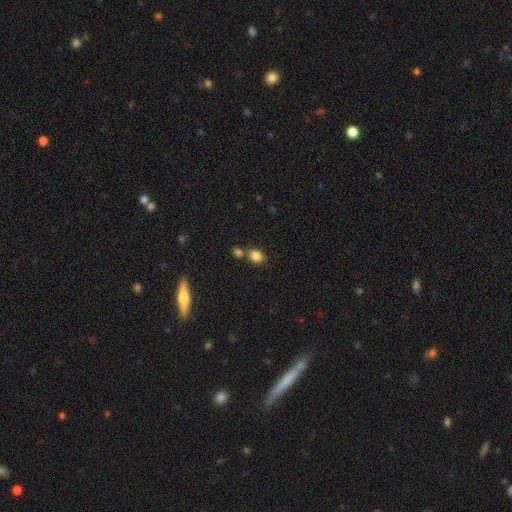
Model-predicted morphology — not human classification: Overall: smooth (83%). How rounded: round (54%; in between 45%). Merging: none (60%; merger 26%).